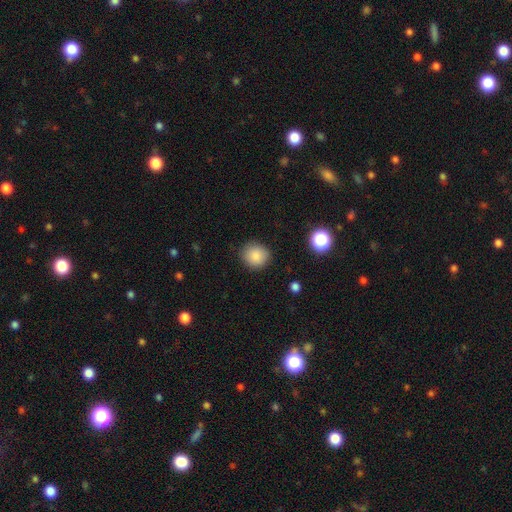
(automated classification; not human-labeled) smooth 86%, star or artifact 9%, featured or disk 4%. Down the decision tree: how rounded — round (86%); merging — none (87%).